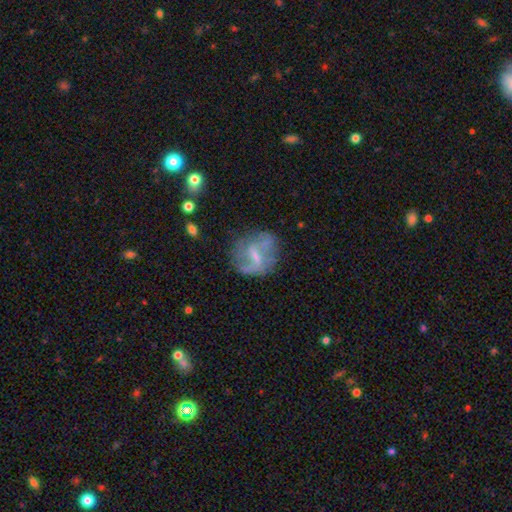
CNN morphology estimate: This appears to be a featured or disk galaxy (61%) with a weak bar (49%), spiral arms (57%) and a small central bulge (40%). Merging: none (58%).